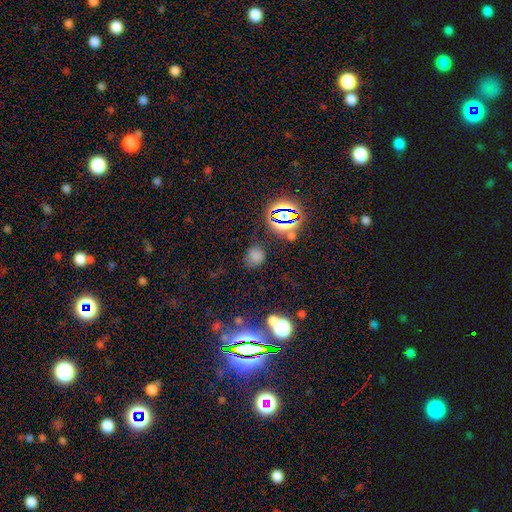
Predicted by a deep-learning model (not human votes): Q: Smooth or featured?
A: smooth (64%); runner-up: star or artifact (28%)
Q: How rounded?
A: round (77%); runner-up: in between (21%)
Q: Merging?
A: none (73%); runner-up: minor disturbance (16%)